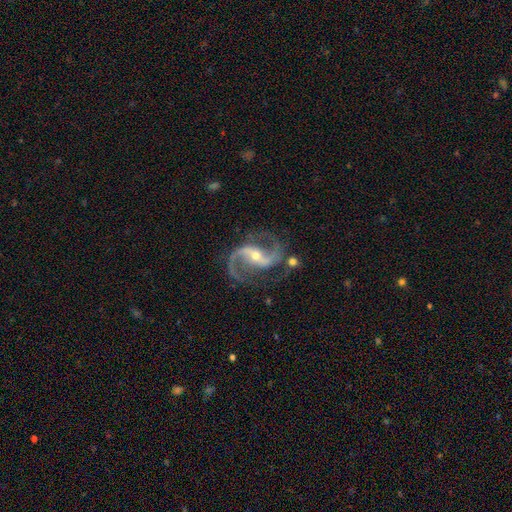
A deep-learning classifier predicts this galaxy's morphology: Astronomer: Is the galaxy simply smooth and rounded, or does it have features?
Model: featured or disk — 93%.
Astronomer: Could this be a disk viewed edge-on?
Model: no — 98%.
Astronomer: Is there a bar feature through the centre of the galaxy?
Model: strong — 46% (runner-up: weak, 33%).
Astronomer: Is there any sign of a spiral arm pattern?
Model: yes — 98%.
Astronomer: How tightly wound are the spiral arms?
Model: medium — 47% (runner-up: loose, 44%).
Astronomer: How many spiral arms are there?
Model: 2 — 93%.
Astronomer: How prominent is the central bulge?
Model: small — 55% (runner-up: moderate, 41%).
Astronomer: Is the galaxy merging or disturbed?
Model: none — 73%.